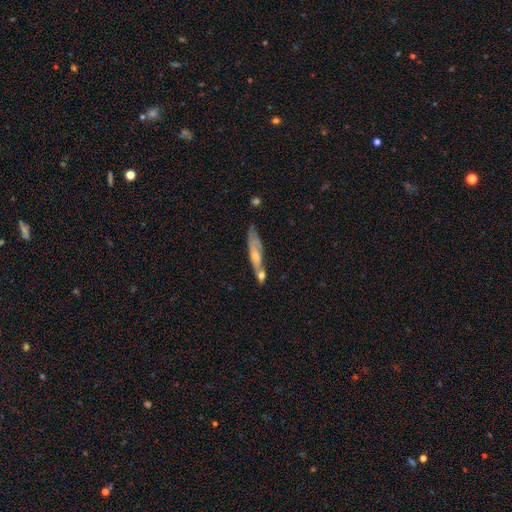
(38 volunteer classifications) Morphology: type=featured or disk (58%); edge-on=yes (64%); edge-on bulge=rounded (50%); merging=merger (40%).